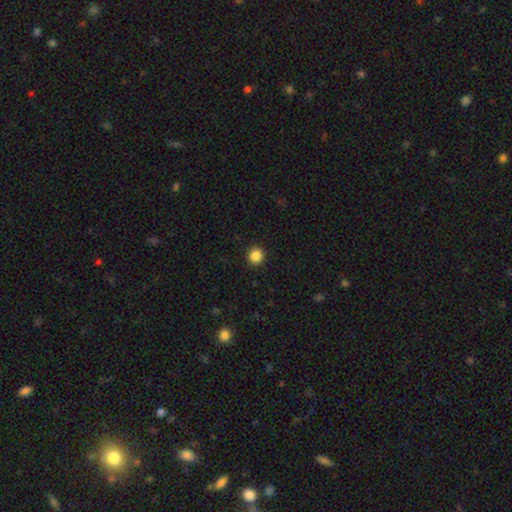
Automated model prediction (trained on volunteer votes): Smooth or featured? Predicted: smooth (p=0.86). How rounded? Predicted: round (p=0.93). Merging? Predicted: none (p=0.93).